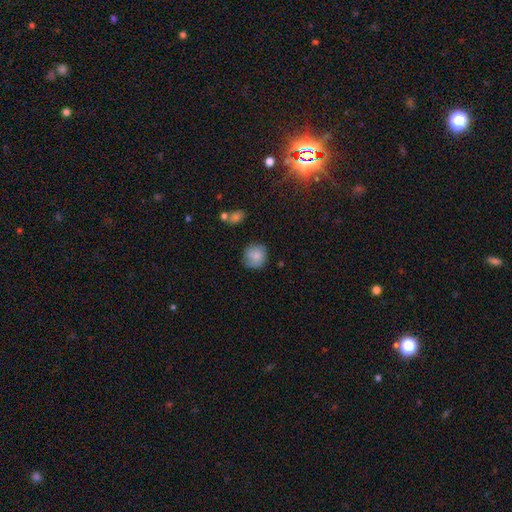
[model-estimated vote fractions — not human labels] Smooth or featured: smooth — 77% (featured or disk — 15%)
How rounded: round — 83% (in between — 16%)
Merging: none — 68% (minor disturbance — 23%)